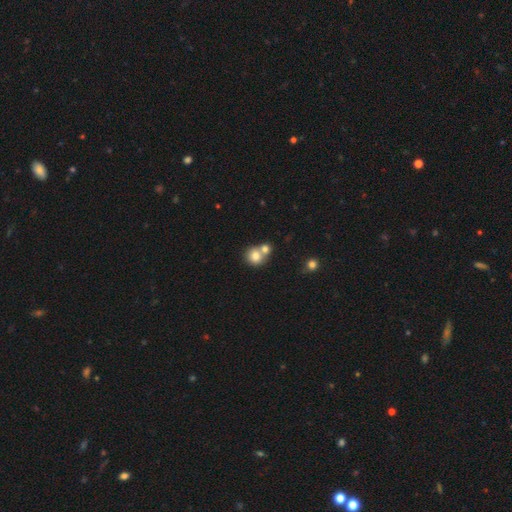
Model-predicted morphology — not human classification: A smooth galaxy with no disk features (78%) that is round (83%).

Vote fractions:
- Smooth or featured? smooth: 78% / featured or disk: 11% / star or artifact: 10%
- How rounded? round: 83% / in between: 16% / cigar-shaped: 1%
- Merging? merger: 49% / none: 41% / minor disturbance: 7% / major disturbance: 3%